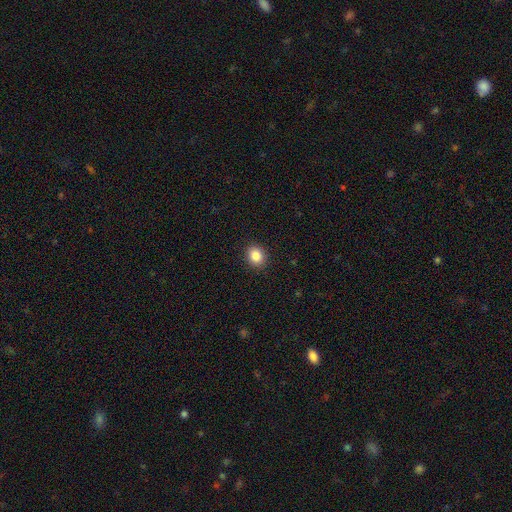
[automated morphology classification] smooth-or-featured: smooth: 85% | star or artifact: 10% | featured or disk: 5%
  how-rounded: round: 63% | in between: 36% | cigar-shaped: 1%
  merging: none: 91% | minor disturbance: 6% | major disturbance: 2% | merger: 1%